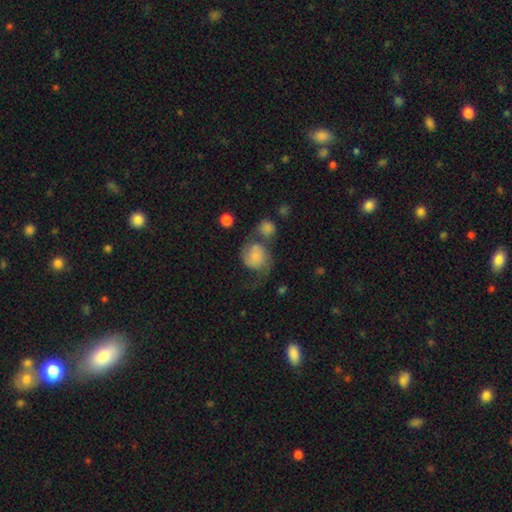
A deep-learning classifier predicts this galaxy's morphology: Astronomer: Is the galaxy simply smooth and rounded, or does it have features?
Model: smooth — 55% (runner-up: featured or disk, 36%).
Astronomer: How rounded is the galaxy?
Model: round — 72%.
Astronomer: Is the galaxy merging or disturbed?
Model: none — 33% (runner-up: merger, 30%).